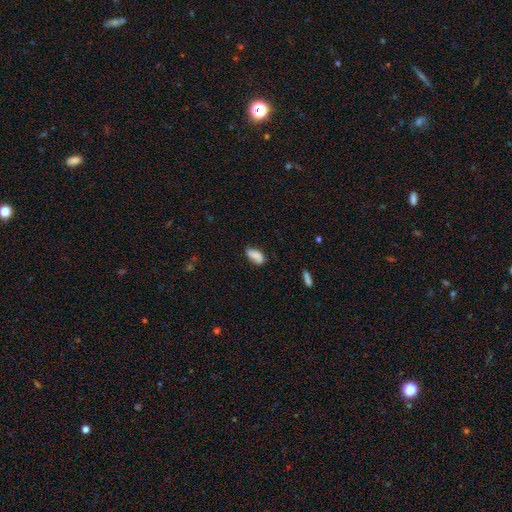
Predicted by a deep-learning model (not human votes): A smooth galaxy with no disk features (75%) that is in between round and cigar-shaped (90%).

Vote fractions:
- Smooth or featured? smooth: 75% / featured or disk: 17% / star or artifact: 9%
- How rounded? in between: 90% / cigar-shaped: 5% / round: 4%
- Merging? none: 61% / minor disturbance: 28% / major disturbance: 7% / merger: 4%